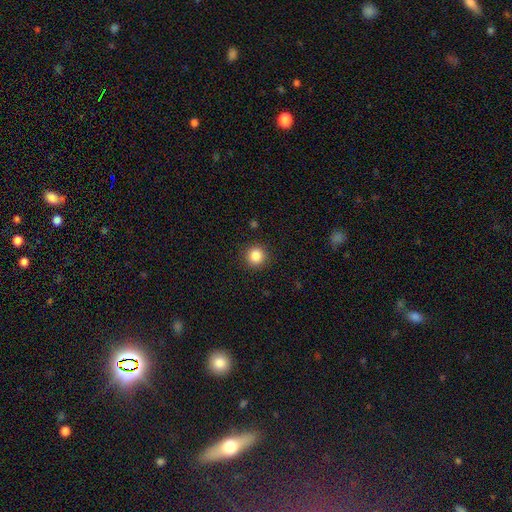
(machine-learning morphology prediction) smooth-or-featured: smooth: 86% | star or artifact: 10% | featured or disk: 4%
  how-rounded: round: 94% | in between: 5% | cigar-shaped: 1%
  merging: none: 91% | minor disturbance: 6% | major disturbance: 2% | merger: 1%